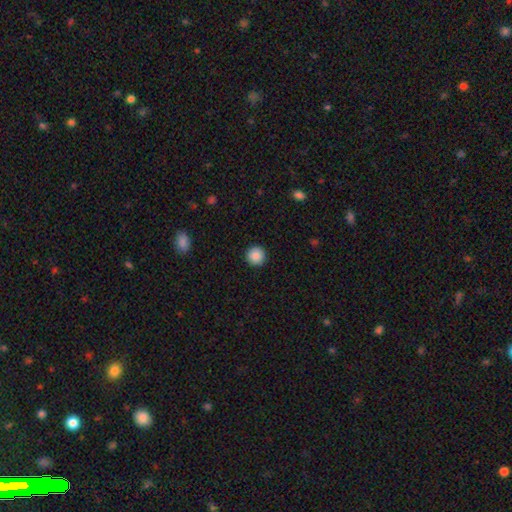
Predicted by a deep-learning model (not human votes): This appears to be a smooth galaxy with no disk features (88%) that is round (95%). Merging: none (93%).